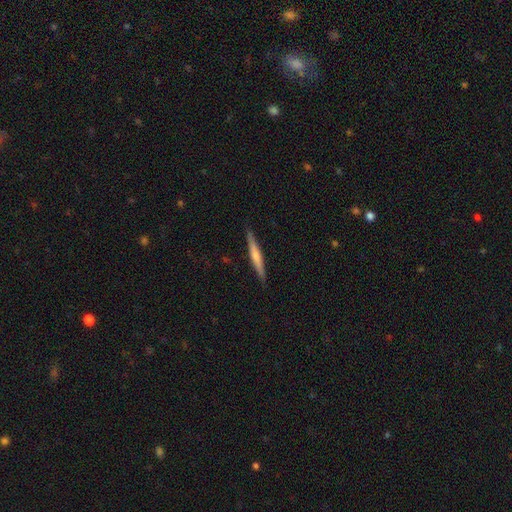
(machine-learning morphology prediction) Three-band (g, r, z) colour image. It shows a featured or disk galaxy (48%). Merging: none (89%).